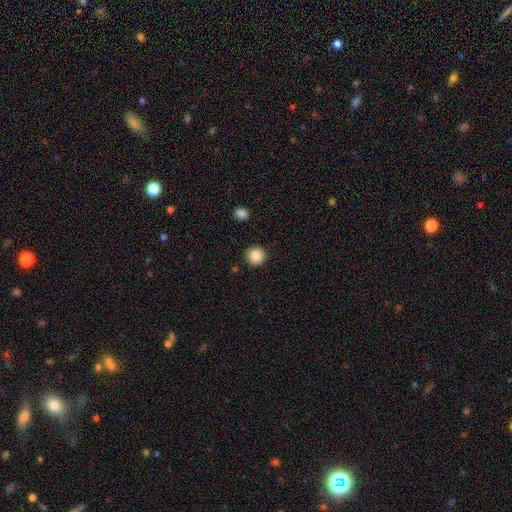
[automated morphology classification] A smooth galaxy with no disk features (88%) that is round (93%).

Vote fractions:
- Smooth or featured? smooth: 88% / star or artifact: 9% / featured or disk: 3%
- How rounded? round: 93% / in between: 6% / cigar-shaped: 1%
- Merging? none: 90% / minor disturbance: 6% / major disturbance: 2% / merger: 1%